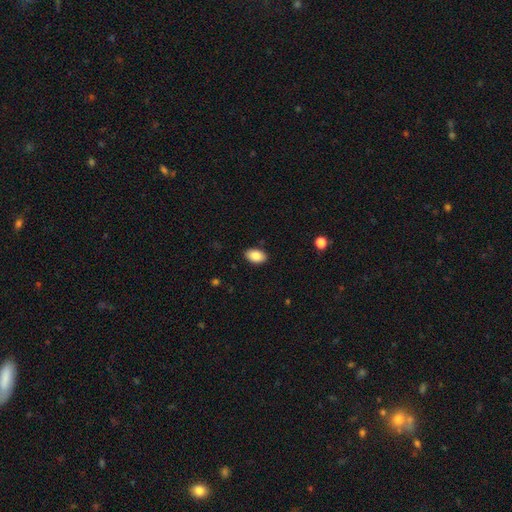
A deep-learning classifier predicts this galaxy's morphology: This appears to be a smooth galaxy with no disk features (87%) that is in between round and cigar-shaped (91%). Merging: none (88%).